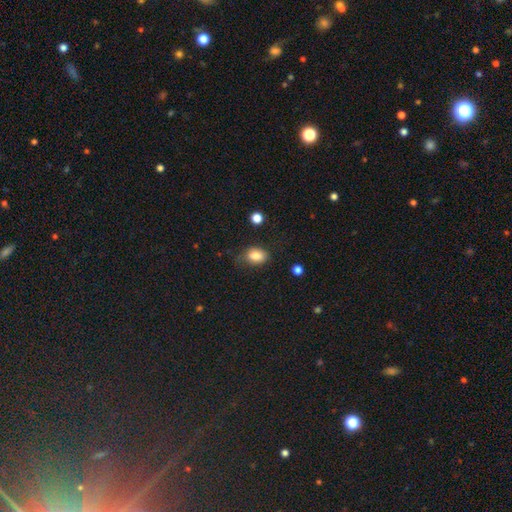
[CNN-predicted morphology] Smooth or featured: smooth — 84% (star or artifact — 9%)
How rounded: in between — 76% (round — 23%)
Merging: none — 68% (minor disturbance — 23%)